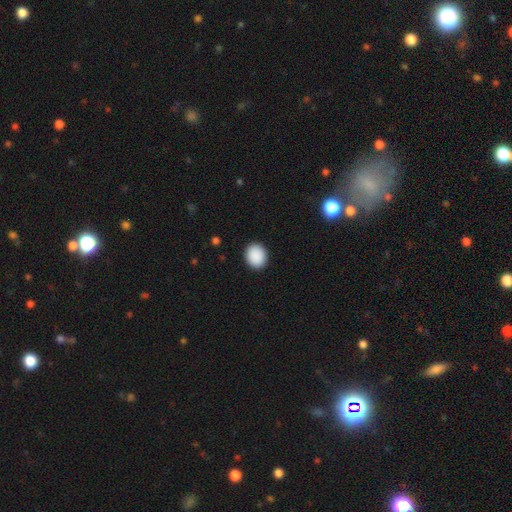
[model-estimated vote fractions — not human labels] Morphology: type=smooth (90%); roundness=round (61%); merging=none (91%).